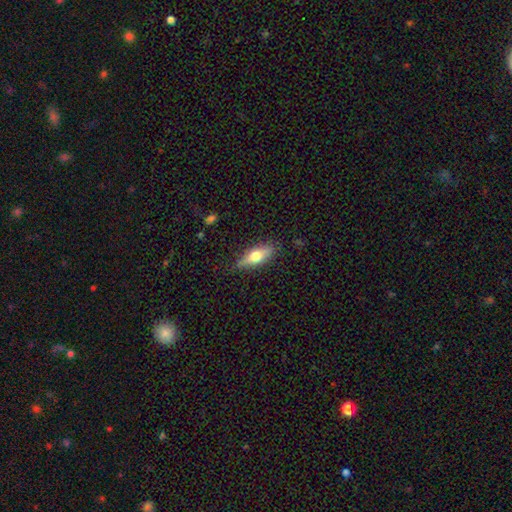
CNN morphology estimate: Smooth or featured? smooth (57%)
How rounded? in between (57%)
Merging? none (82%)